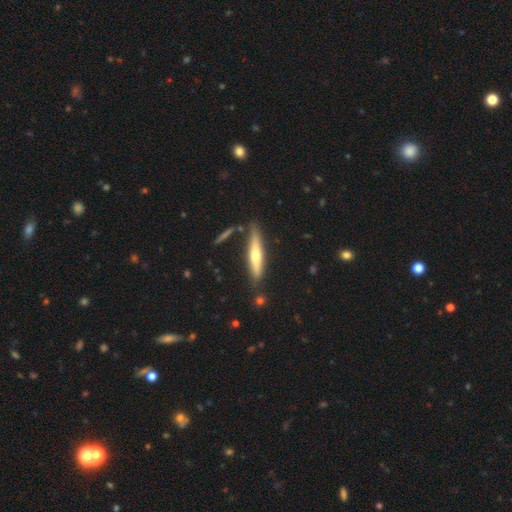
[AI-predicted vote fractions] Overall: featured or disk (47%, tied with smooth). Merging: none (80%).